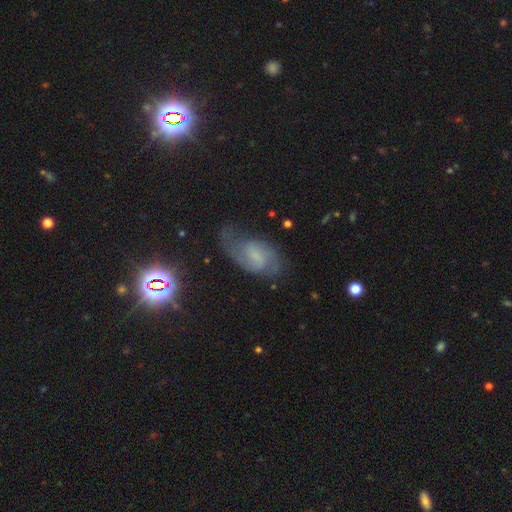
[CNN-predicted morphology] type=featured or disk (68%); edge-on=no (96%); bar=weak (53%); spiral arms=yes (93%); winding=medium (49%); arm count=2 (77%); bulge=none (42%); merging=none (60%).